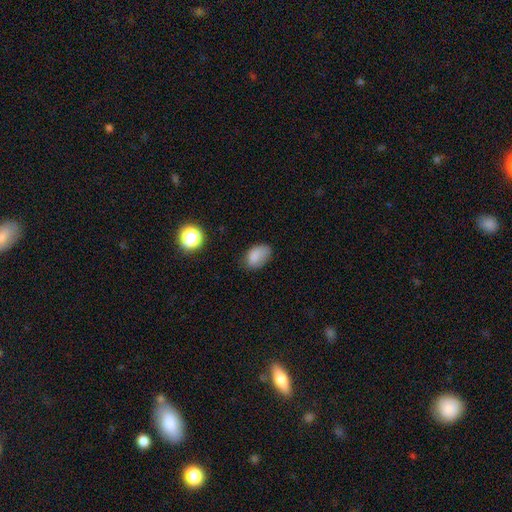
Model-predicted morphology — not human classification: Smooth or featured?
  - smooth: 80% *
  - star or artifact: 11%
  - featured or disk: 9%
How rounded?
  - in between: 86% *
  - round: 13%
  - cigar-shaped: 1%
Merging?
  - none: 60% *
  - minor disturbance: 29%
  - major disturbance: 9%
  - merger: 2%